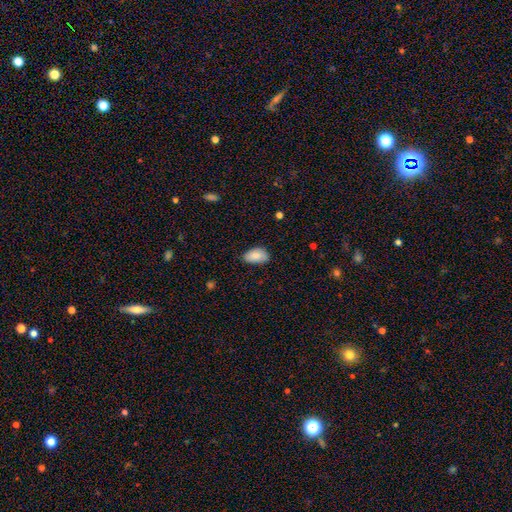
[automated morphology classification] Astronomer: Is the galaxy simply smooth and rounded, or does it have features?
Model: smooth — 85%.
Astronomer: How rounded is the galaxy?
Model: in between — 93%.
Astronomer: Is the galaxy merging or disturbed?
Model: none — 70%.